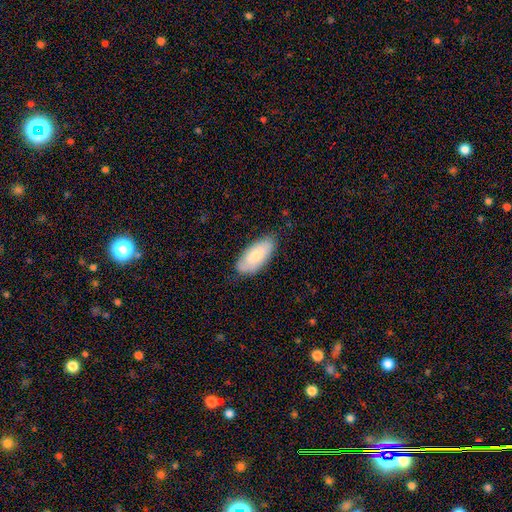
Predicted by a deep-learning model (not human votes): Smooth or featured?
  - smooth: 76% *
  - featured or disk: 18%
  - star or artifact: 6%
How rounded?
  - in between: 88% *
  - cigar-shaped: 10%
  - round: 2%
Merging?
  - none: 77% *
  - minor disturbance: 18%
  - major disturbance: 3%
  - merger: 1%